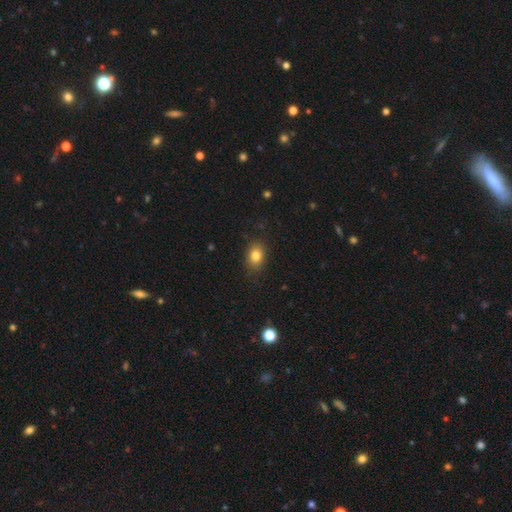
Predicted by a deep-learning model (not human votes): Smooth or featured: smooth — 82% (star or artifact — 11%)
How rounded: in between — 70% (round — 29%)
Merging: none — 83% (minor disturbance — 12%)